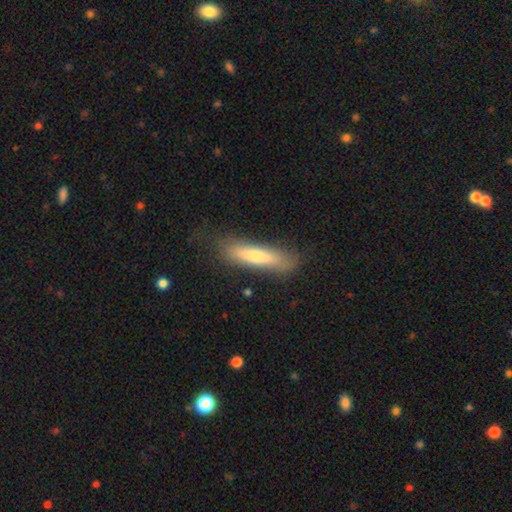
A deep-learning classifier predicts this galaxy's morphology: A smooth galaxy with no disk features (69%) that is cigar-shaped (81%). Merging: none (75%).